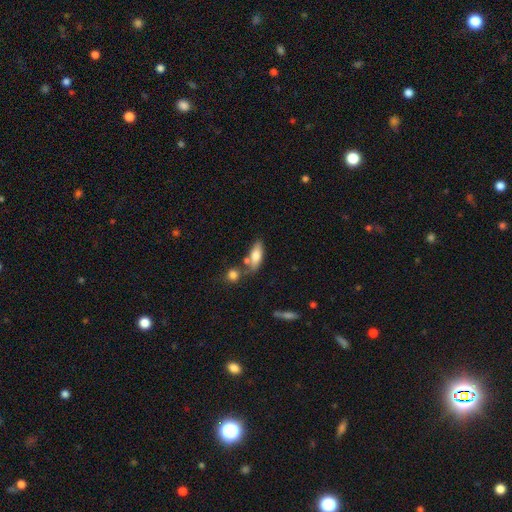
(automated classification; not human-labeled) A smooth galaxy with no disk features (74%) that is in between round and cigar-shaped (72%). Merging: none (56%).